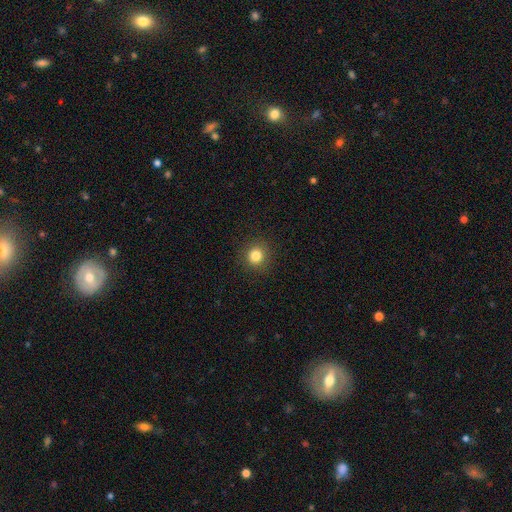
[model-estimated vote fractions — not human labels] Smooth or featured? Predicted: smooth (p=0.83). How rounded? Predicted: round (p=0.91). Merging? Predicted: none (p=0.91).